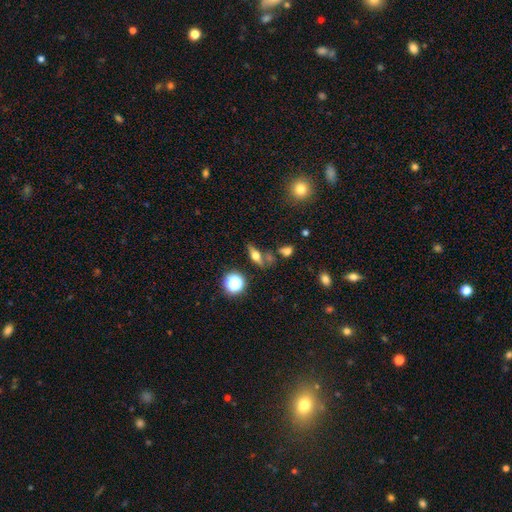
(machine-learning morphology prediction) This is possibly a smooth galaxy (48%). Merging: possibly none (59%).